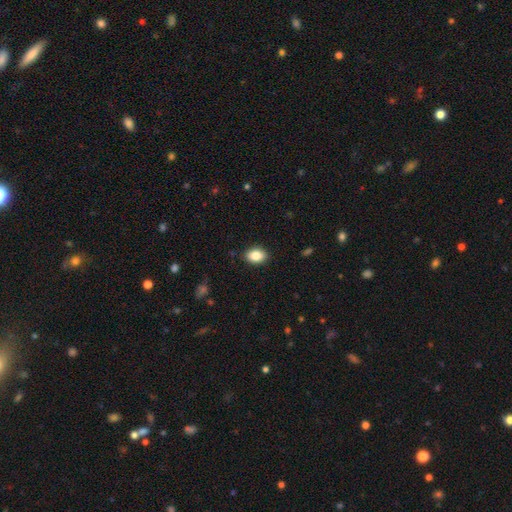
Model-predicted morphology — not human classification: This is clearly a smooth galaxy (86%). How rounded: likely in between (79%). Merging: clearly none (89%).